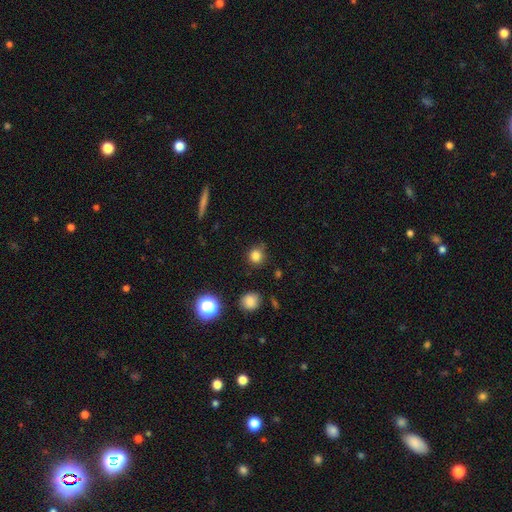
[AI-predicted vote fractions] A smooth galaxy with no disk features (81%) that is round (90%). Merging: none (80%).